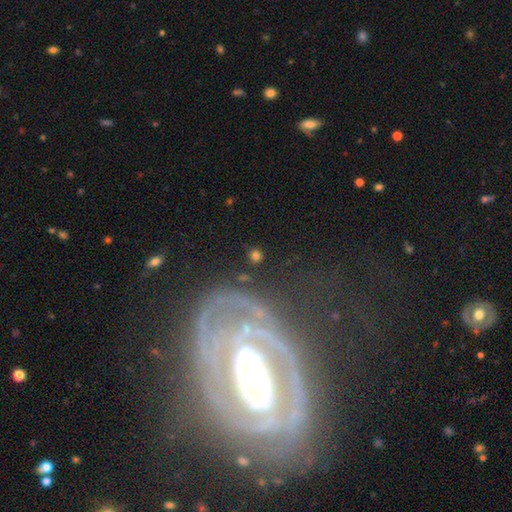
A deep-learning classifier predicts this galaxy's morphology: This appears to be a smooth galaxy with no disk features (71%) that is round (87%). Merging: none (82%).